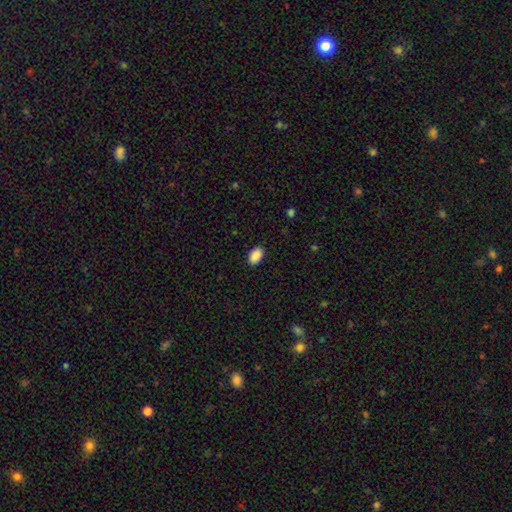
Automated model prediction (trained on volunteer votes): Smooth or featured: smooth — 90% (star or artifact — 7%)
How rounded: in between — 92% (round — 7%)
Merging: none — 89% (minor disturbance — 8%)